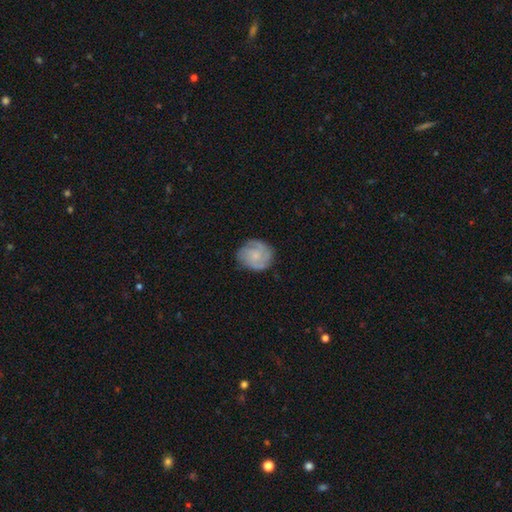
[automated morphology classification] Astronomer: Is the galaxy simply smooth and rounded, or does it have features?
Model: featured or disk — 57% (runner-up: smooth, 36%).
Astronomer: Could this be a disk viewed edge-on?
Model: no — 98%.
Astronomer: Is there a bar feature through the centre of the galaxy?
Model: no — 77%.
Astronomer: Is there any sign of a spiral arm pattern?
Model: yes — 88%.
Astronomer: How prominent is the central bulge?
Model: small — 58%.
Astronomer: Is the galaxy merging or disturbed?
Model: none — 76%.